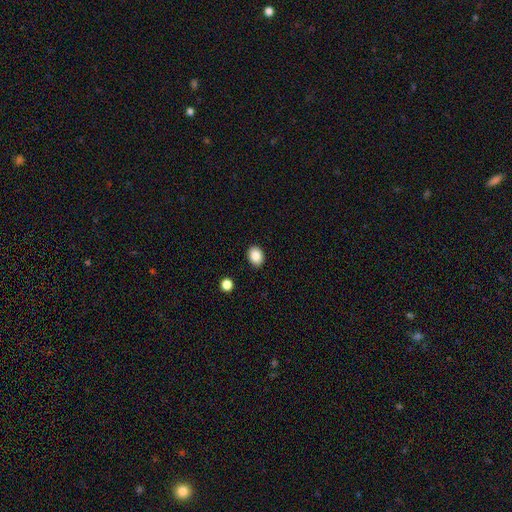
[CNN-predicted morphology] This appears to be a smooth galaxy with no disk features (87%) that is in between round and cigar-shaped (62%). Merging: none (90%).